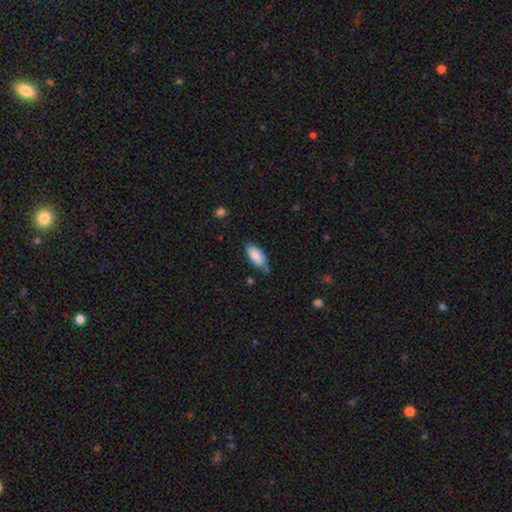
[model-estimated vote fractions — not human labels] Smooth or featured?
  - smooth: 87% *
  - featured or disk: 7%
  - star or artifact: 6%
How rounded?
  - in between: 89% *
  - cigar-shaped: 9%
  - round: 2%
Merging?
  - none: 65% *
  - minor disturbance: 25%
  - merger: 5%
  - major disturbance: 5%